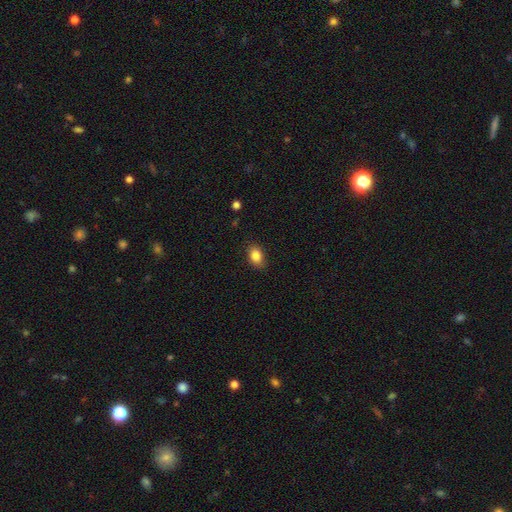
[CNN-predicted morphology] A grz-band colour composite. It shows a smooth galaxy with no disk features (85%) that is in between round and cigar-shaped (80%). Merging: none (83%).